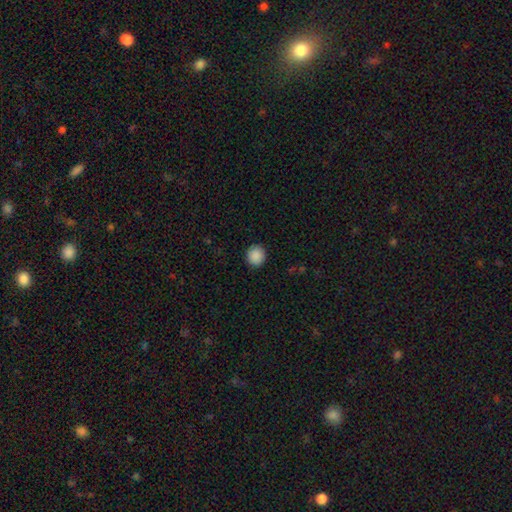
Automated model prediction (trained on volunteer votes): Q: Smooth or featured?
A: smooth (89%); runner-up: star or artifact (8%)
Q: How rounded?
A: round (91%); runner-up: in between (8%)
Q: Merging?
A: none (92%); runner-up: minor disturbance (5%)